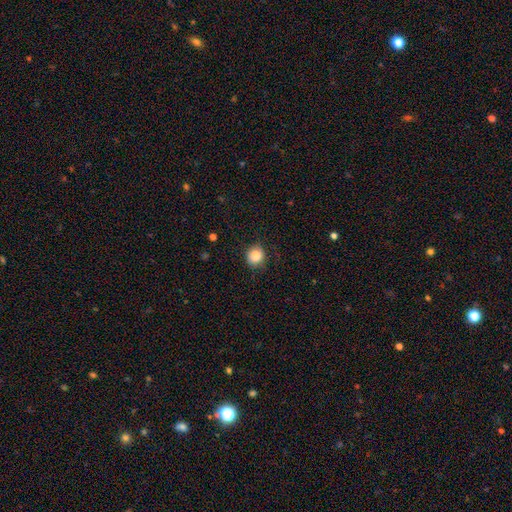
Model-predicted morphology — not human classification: A smooth galaxy with no disk features (86%) that is round (85%). Merging: none (85%).